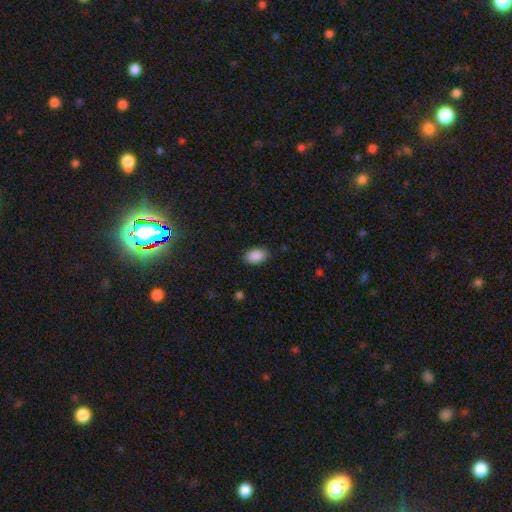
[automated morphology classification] Smooth or featured: smooth — 90% (star or artifact — 7%)
How rounded: in between — 91% (round — 8%)
Merging: none — 86% (minor disturbance — 10%)